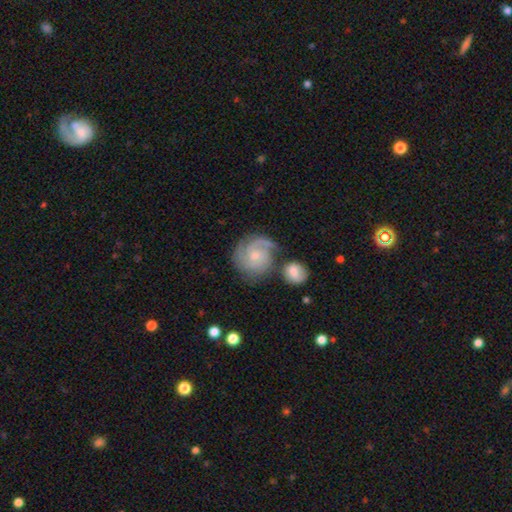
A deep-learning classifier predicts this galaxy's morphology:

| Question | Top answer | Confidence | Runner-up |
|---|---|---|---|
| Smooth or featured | featured or disk | 76% | smooth (18%) |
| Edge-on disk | no | 98% | yes (2%) |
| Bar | no | 72% | weak (25%) |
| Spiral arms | yes | 95% | no (5%) |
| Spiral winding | tight | 60% | medium (31%) |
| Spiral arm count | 2 | 32% | 3 (26%) |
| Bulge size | small | 52% | moderate (39%) |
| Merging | none | 57% | minor disturbance (17%) |